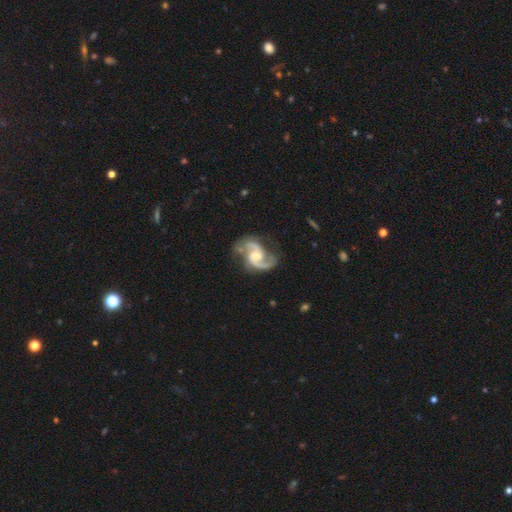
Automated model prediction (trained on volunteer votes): This is clearly a featured or disk galaxy (93%). It is clearly not viewed edge-on (98%). Bar: possibly weak (47%). Spiral arm pattern: clearly yes (98%). Spiral arm count: clearly 2 (94%). Spiral winding: possibly medium (60%). Central bulge: possibly moderate (49%). Merging: likely none (73%).